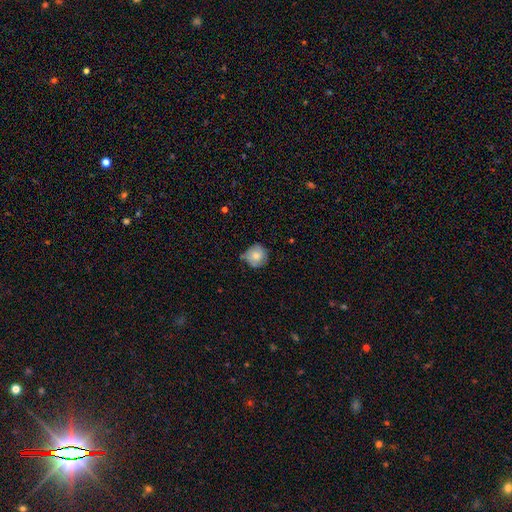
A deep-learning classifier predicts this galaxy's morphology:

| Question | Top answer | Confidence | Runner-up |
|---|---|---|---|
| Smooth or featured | smooth | 70% | featured or disk (22%) |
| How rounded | round | 89% | in between (10%) |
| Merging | none | 59% | minor disturbance (32%) |